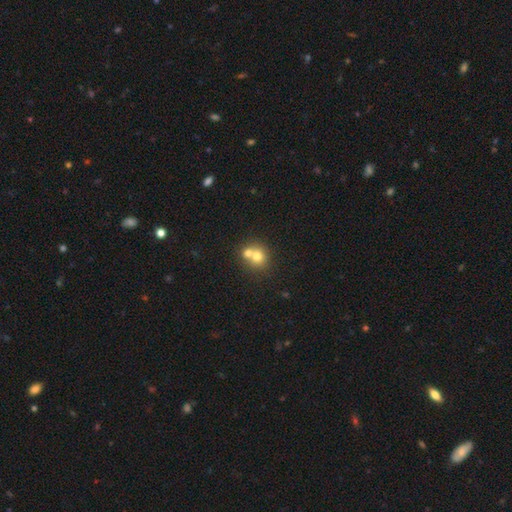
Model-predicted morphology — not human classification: Smooth or featured? Predicted: smooth (p=0.71). How rounded? Predicted: round (p=0.82). Merging? Predicted: merger (p=0.55).